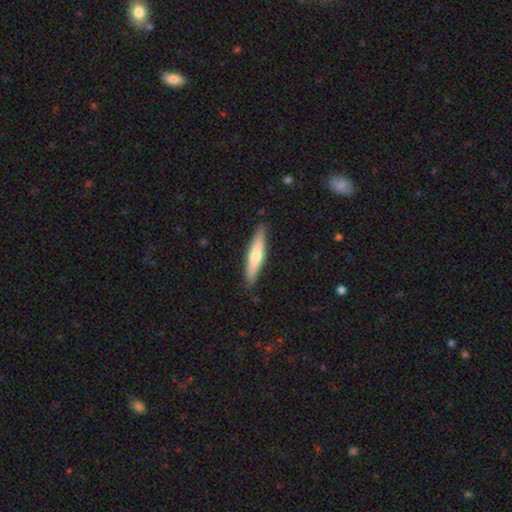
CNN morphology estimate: Smooth or featured? smooth (56%)
How rounded? cigar-shaped (84%)
Merging? none (88%)